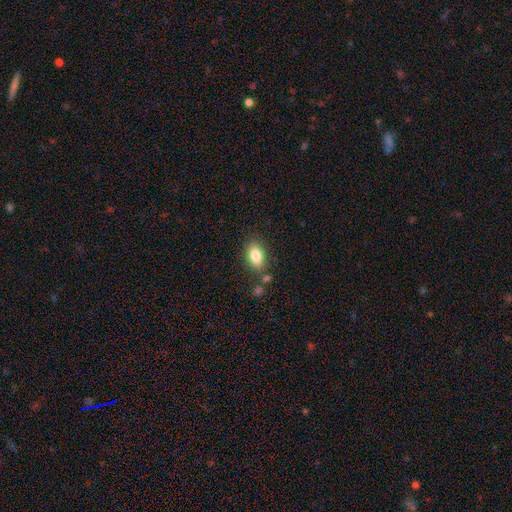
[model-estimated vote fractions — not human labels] A smooth galaxy with no disk features (83%) that is in between round and cigar-shaped (89%).

Vote fractions:
- Smooth or featured? smooth: 83% / featured or disk: 9% / star or artifact: 8%
- How rounded? in between: 89% / round: 9% / cigar-shaped: 2%
- Merging? none: 77% / minor disturbance: 13% / merger: 7% / major disturbance: 3%